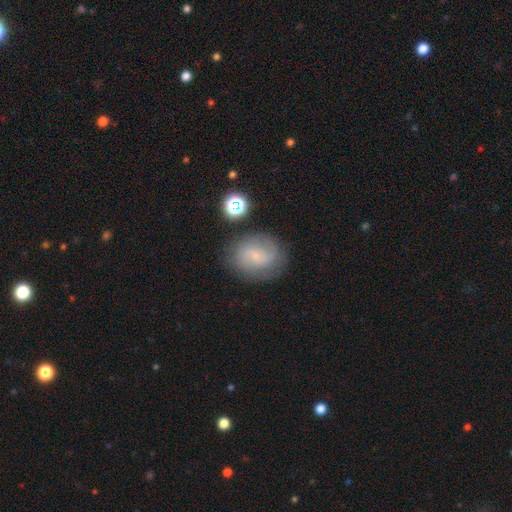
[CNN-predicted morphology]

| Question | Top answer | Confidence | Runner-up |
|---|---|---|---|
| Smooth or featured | featured or disk | 50% | smooth (39%) |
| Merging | none | 72% | minor disturbance (18%) |